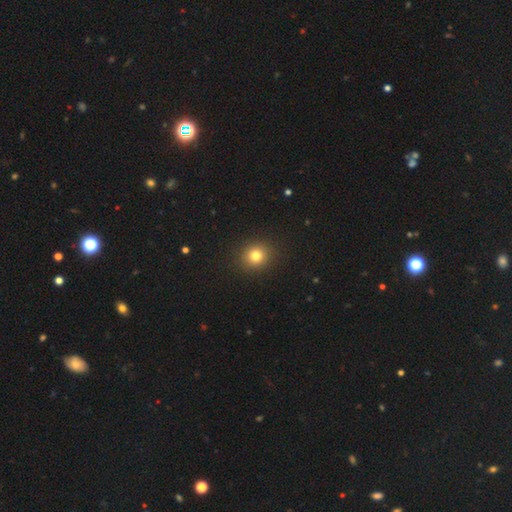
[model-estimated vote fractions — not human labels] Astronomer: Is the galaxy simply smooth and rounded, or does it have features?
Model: smooth — 79%.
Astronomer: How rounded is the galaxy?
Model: round — 86%.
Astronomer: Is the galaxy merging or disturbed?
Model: none — 91%.